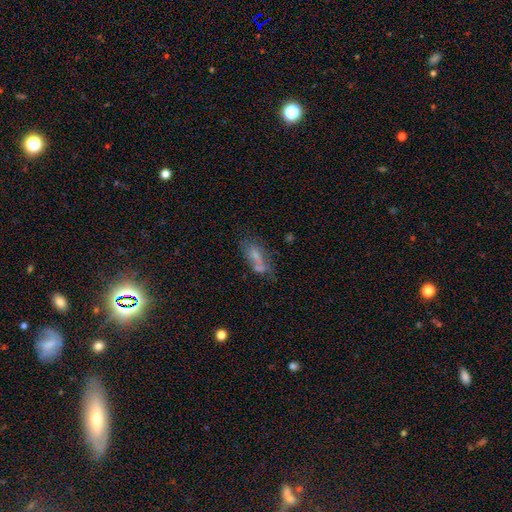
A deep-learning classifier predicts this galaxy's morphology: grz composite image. It shows a smooth galaxy with no disk features (47%). Merging: none (45%).